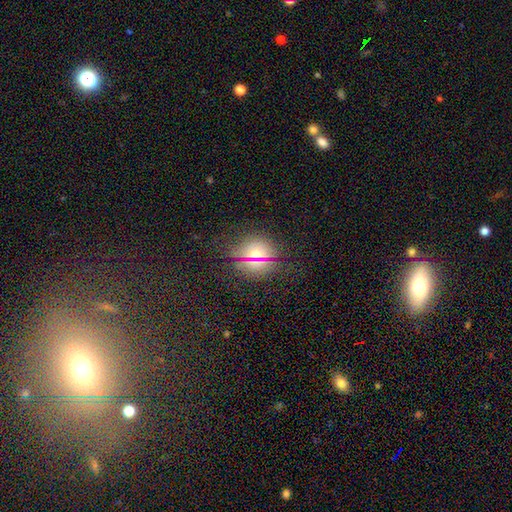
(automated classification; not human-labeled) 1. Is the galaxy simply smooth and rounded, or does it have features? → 57% smooth, 29% star or artifact, 14% featured or disk.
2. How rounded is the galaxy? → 58% round, 39% in between, 3% cigar-shaped.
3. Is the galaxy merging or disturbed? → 77% none, 13% minor disturbance, 6% major disturbance, 5% merger.